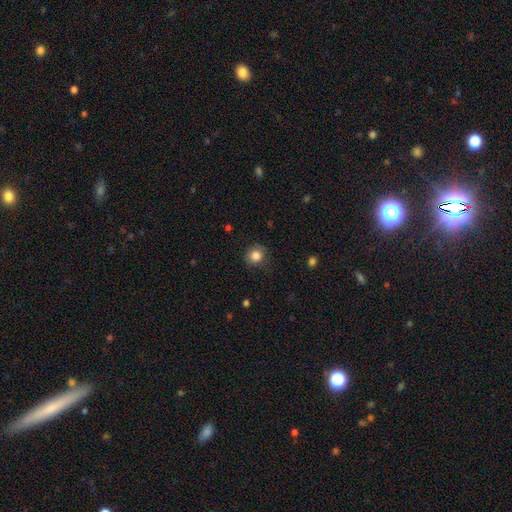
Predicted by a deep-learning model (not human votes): Smooth or featured: smooth — 84% (star or artifact — 10%)
How rounded: round — 88% (in between — 12%)
Merging: none — 82% (minor disturbance — 14%)